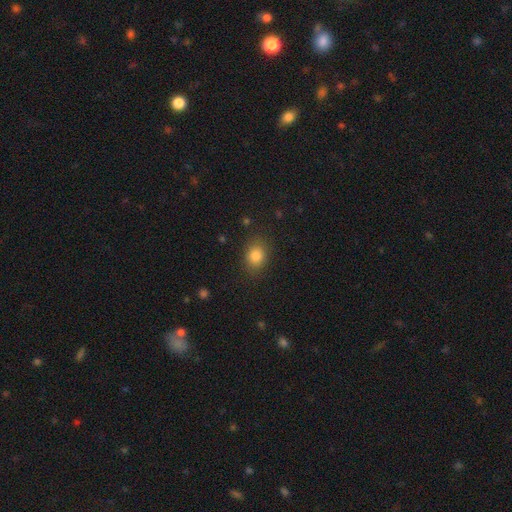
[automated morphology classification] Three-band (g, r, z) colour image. It shows a smooth galaxy with no disk features (83%) that is in between round and cigar-shaped (53%). Merging: none (83%).